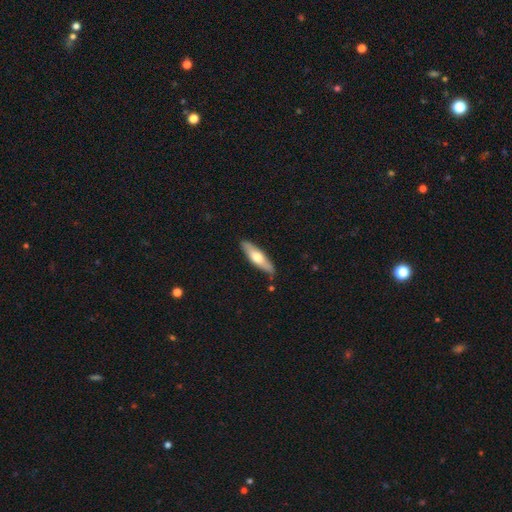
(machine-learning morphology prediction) A smooth galaxy with no disk features (53%) that is cigar-shaped (69%). Merging: none (85%).